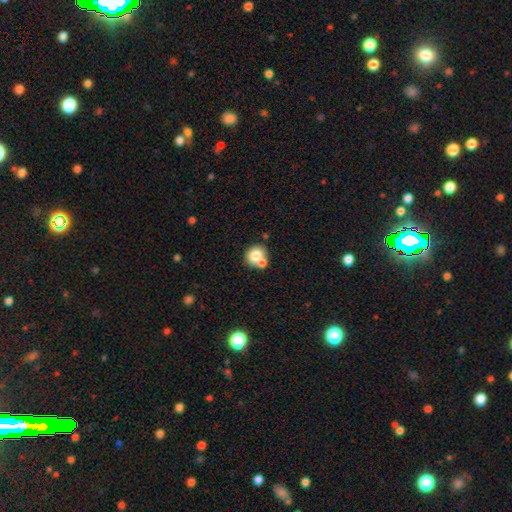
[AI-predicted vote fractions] Smooth or featured? Predicted: smooth (p=0.77). How rounded? Predicted: round (p=0.74). Merging? Predicted: none (p=0.51).